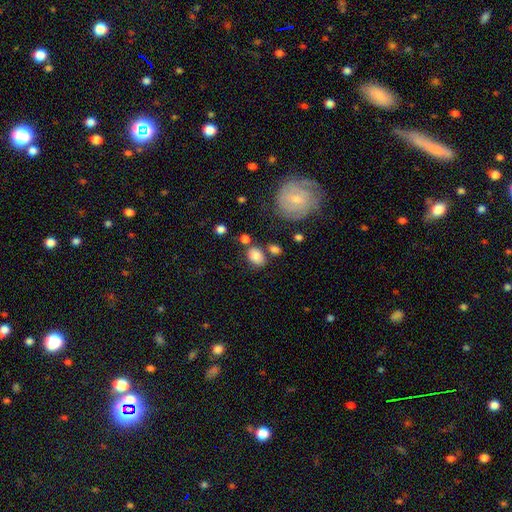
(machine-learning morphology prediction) type=smooth (81%); roundness=in between (72%); merging=none (64%).